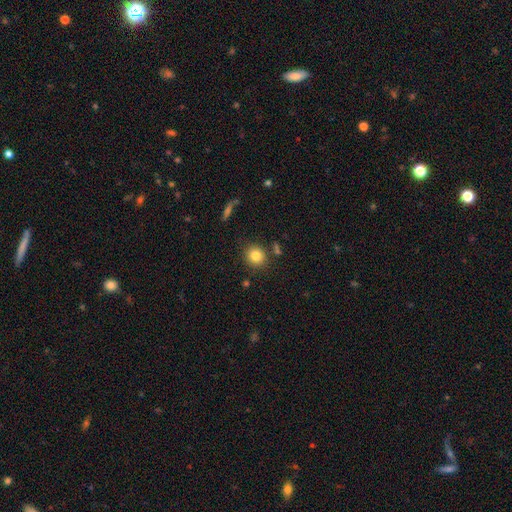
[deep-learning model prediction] Smooth or featured: smooth — 83% (star or artifact — 10%)
How rounded: round — 84% (in between — 15%)
Merging: none — 84% (minor disturbance — 9%)